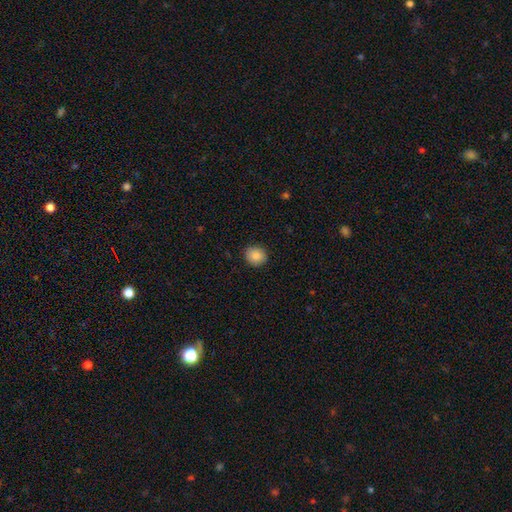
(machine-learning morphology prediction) This appears to be a smooth galaxy with no disk features (87%) that is round (80%). Merging: none (89%).